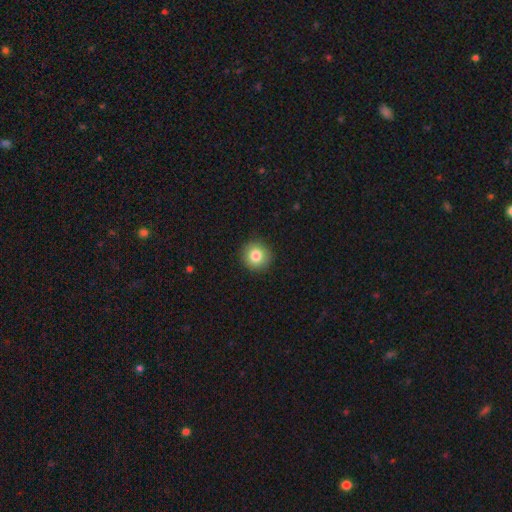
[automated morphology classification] Smooth or featured? smooth (83%)
How rounded? round (93%)
Merging? none (92%)